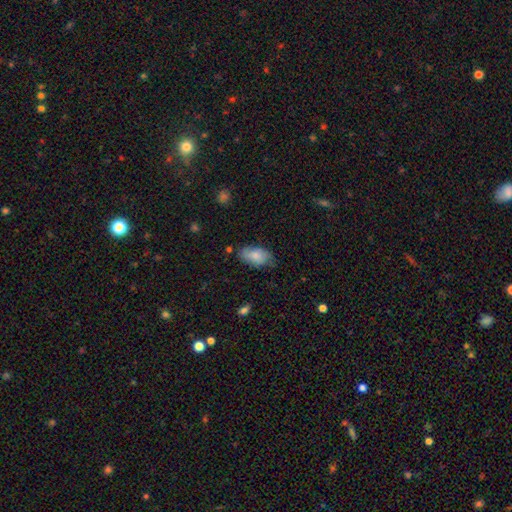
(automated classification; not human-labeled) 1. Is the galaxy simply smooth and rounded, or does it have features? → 79% smooth, 14% featured or disk, 7% star or artifact.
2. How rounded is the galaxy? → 93% in between, 4% round, 3% cigar-shaped.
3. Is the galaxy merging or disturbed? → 66% none, 26% minor disturbance, 6% major disturbance, 2% merger.